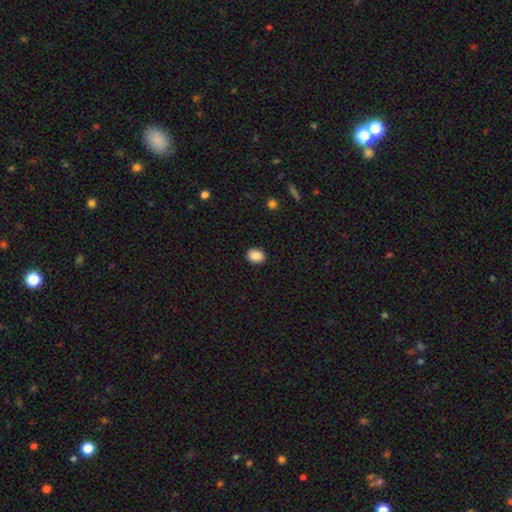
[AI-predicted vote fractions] Overall: smooth (89%). How rounded: in between (59%; round 40%). Merging: none (89%).